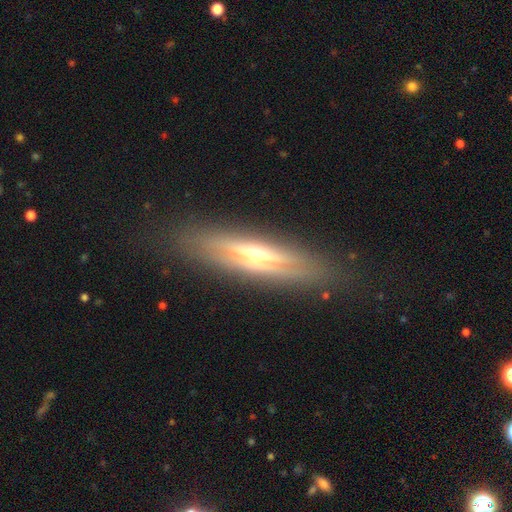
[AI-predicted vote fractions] featured or disk 67%, smooth 25%, star or artifact 7%. Down the decision tree: edge-on disk — yes (85%); edge-on bulge — rounded (87%); merging — none (83%).